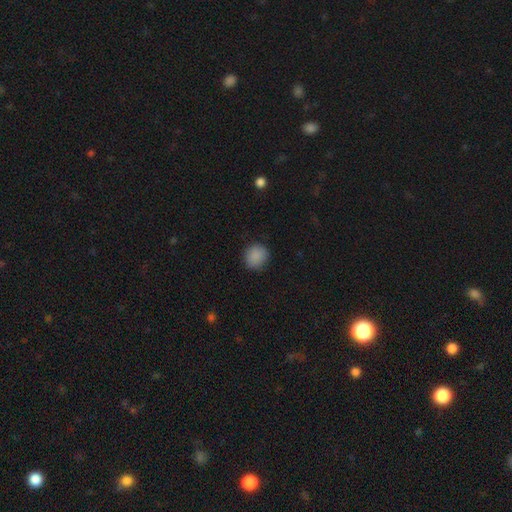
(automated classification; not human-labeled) This is clearly a smooth galaxy (88%). How rounded: clearly round (84%). Merging: clearly none (87%).